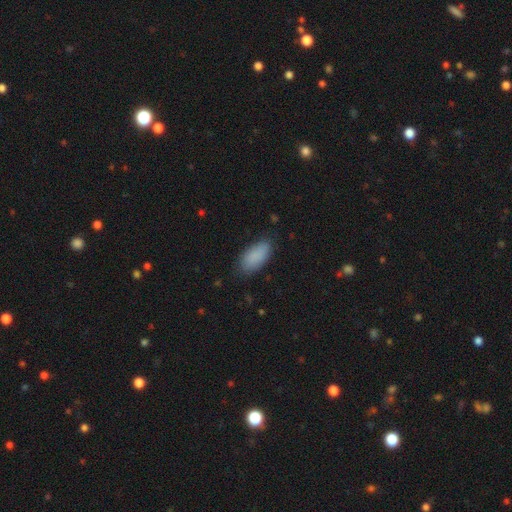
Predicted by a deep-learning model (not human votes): Morphology: type=smooth (89%); roundness=in between (91%); merging=none (80%).